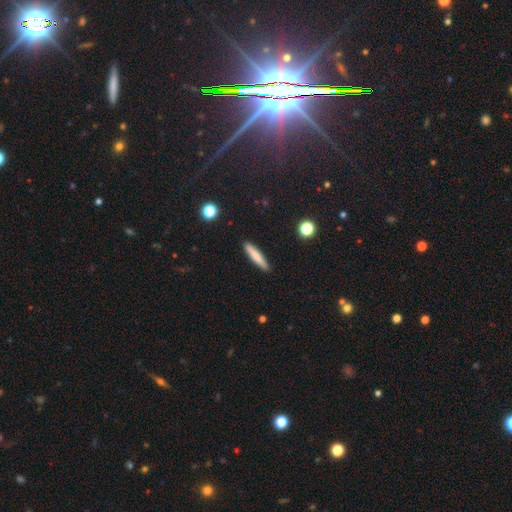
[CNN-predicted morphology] type=smooth (74%); roundness=cigar-shaped (91%); merging=none (90%).